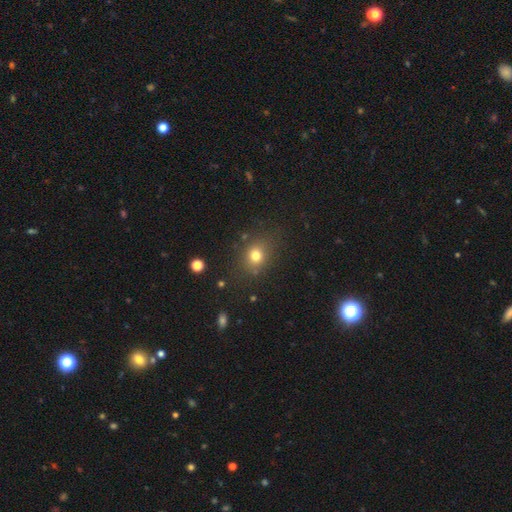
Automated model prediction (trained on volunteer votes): Smooth or featured?
  - smooth: 76% *
  - star or artifact: 16%
  - featured or disk: 9%
How rounded?
  - round: 63% *
  - in between: 35%
  - cigar-shaped: 1%
Merging?
  - none: 79% *
  - minor disturbance: 13%
  - major disturbance: 5%
  - merger: 3%